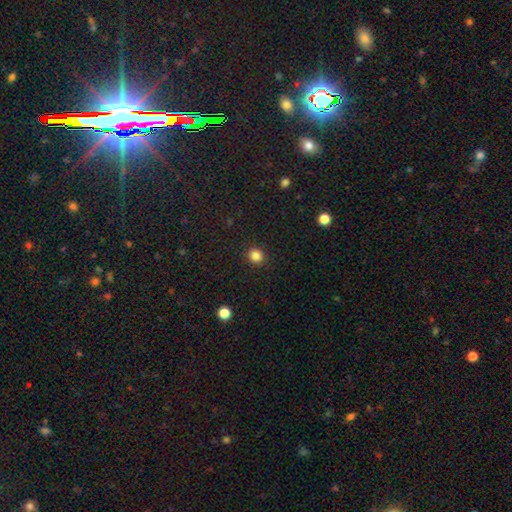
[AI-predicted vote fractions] Overall: smooth (85%). How rounded: round (83%). Merging: none (91%).